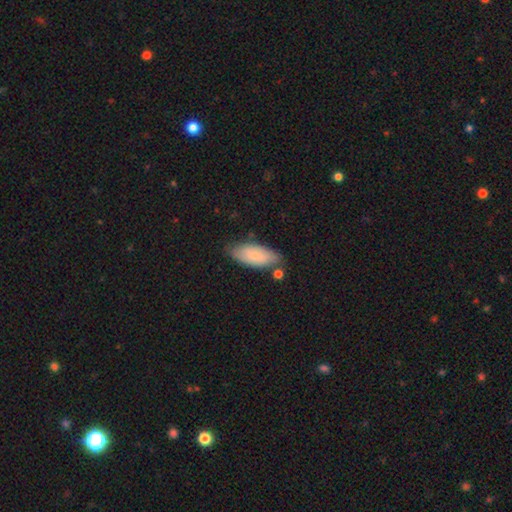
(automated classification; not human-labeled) The model was most divided on "merging": none: 72%, minor disturbance: 19%, merger: 6%, major disturbance: 4%. More confident: how rounded — in between (83%); smooth or featured — smooth (78%).